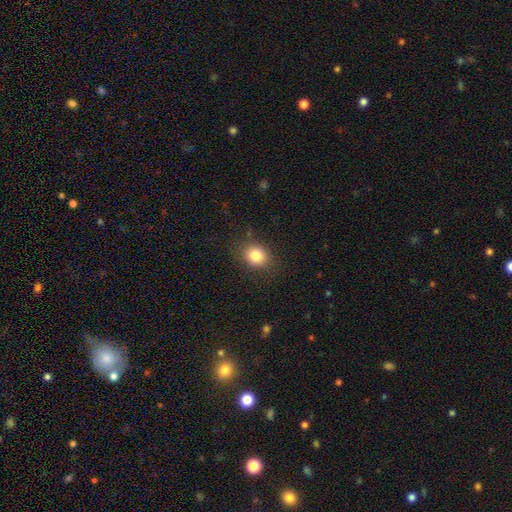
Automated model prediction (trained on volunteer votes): smooth_or_featured: smooth (p=0.82) [alt: star or artifact p=0.11]
how_rounded: round (p=0.63) [alt: in between p=0.36]
merging: none (p=0.84) [alt: minor disturbance p=0.11]